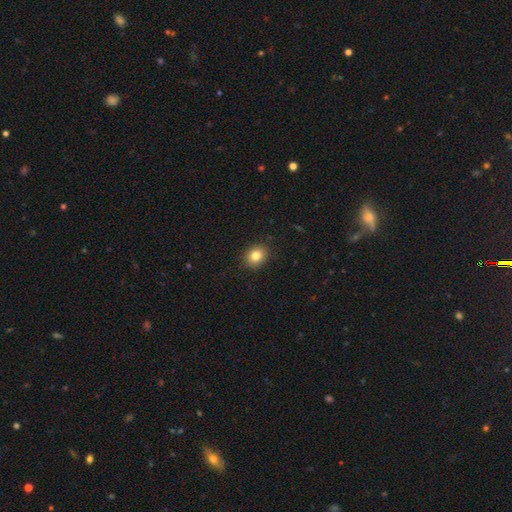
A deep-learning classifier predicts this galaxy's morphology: Smooth or featured? smooth (83%)
How rounded? round (63%)
Merging? none (89%)